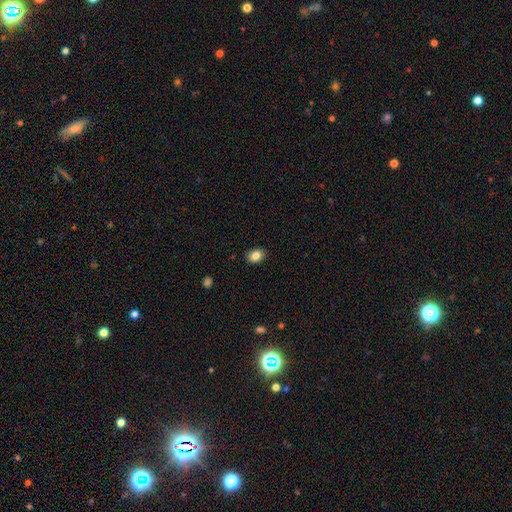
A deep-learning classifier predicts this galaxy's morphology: A smooth galaxy with no disk features (84%) that is in between round and cigar-shaped (70%). Merging: none (89%).